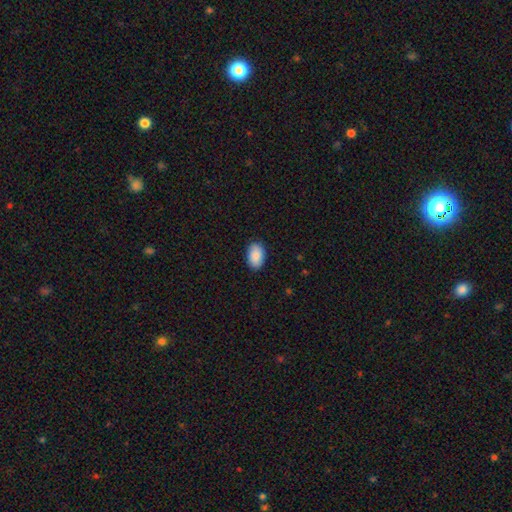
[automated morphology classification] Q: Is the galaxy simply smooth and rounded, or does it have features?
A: smooth — 90%.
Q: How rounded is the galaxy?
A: in between — 91%.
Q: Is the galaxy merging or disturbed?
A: none — 88%.